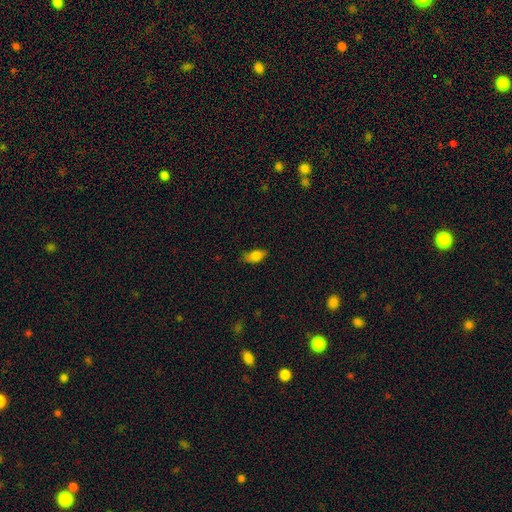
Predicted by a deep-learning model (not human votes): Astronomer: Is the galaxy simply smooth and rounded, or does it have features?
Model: smooth — 80%.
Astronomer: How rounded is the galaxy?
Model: in between — 85%.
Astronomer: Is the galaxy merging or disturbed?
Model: none — 72%.